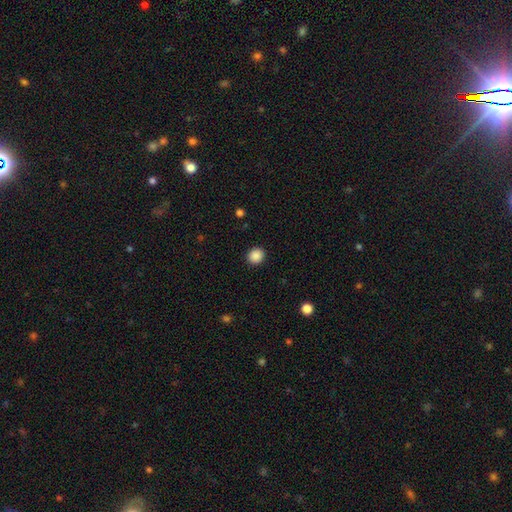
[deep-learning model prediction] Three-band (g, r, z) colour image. It shows a smooth galaxy with no disk features (88%) that is round (83%). Merging: none (92%).